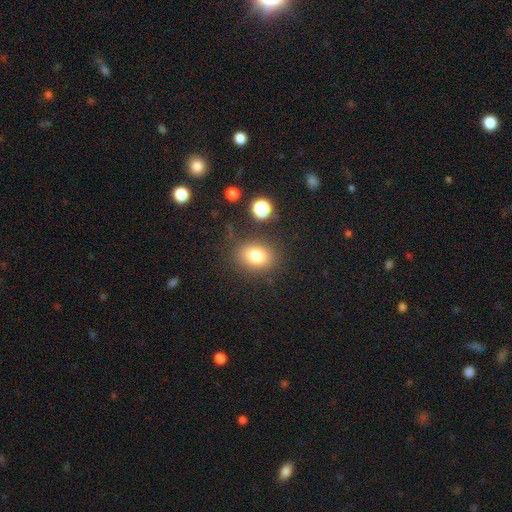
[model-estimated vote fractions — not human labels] Smooth or featured: smooth — 79% (star or artifact — 12%)
How rounded: in between — 56% (round — 43%)
Merging: none — 82% (minor disturbance — 11%)